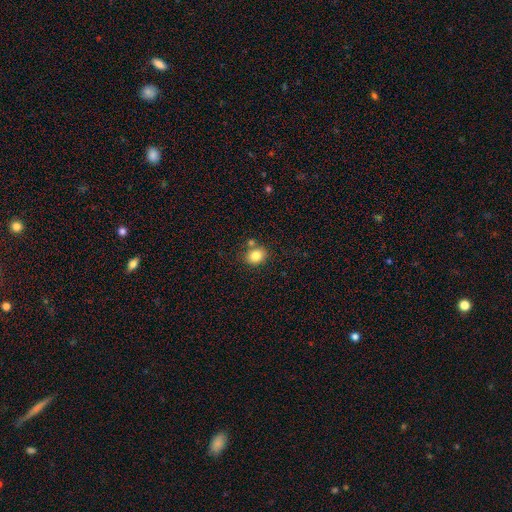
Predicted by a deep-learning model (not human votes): Morphology: type=smooth (83%); roundness=round (57%); merging=none (70%).